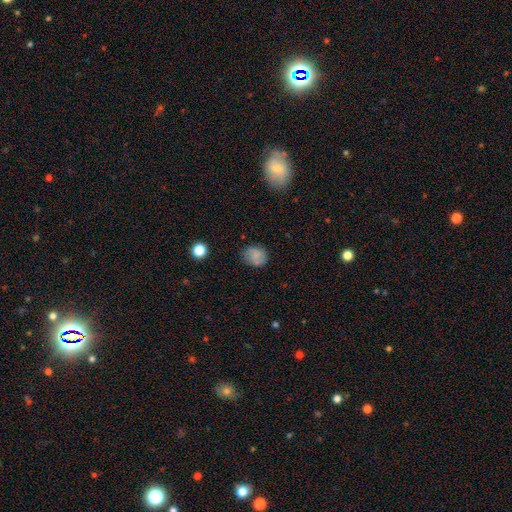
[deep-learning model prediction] smooth 78%, featured or disk 11%, star or artifact 10%. Down the decision tree: how rounded — round (58%); merging — none (75%).